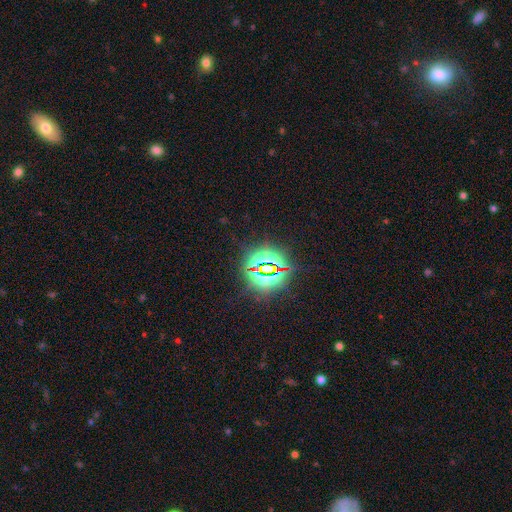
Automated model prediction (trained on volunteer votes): Smooth or featured: star or artifact — 78% (smooth — 13%)